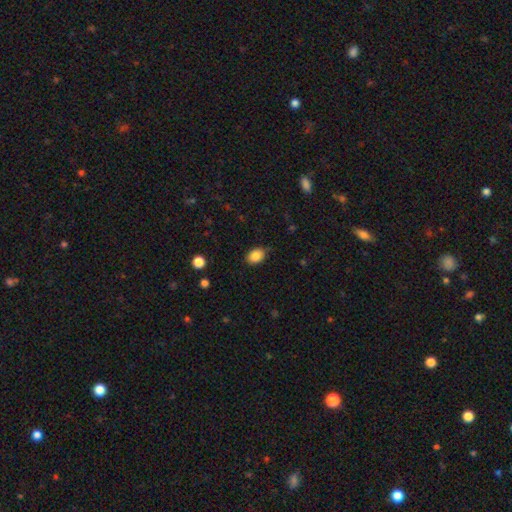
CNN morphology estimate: This appears to be a smooth galaxy with no disk features (85%) that is in between round and cigar-shaped (65%). Merging: none (78%).